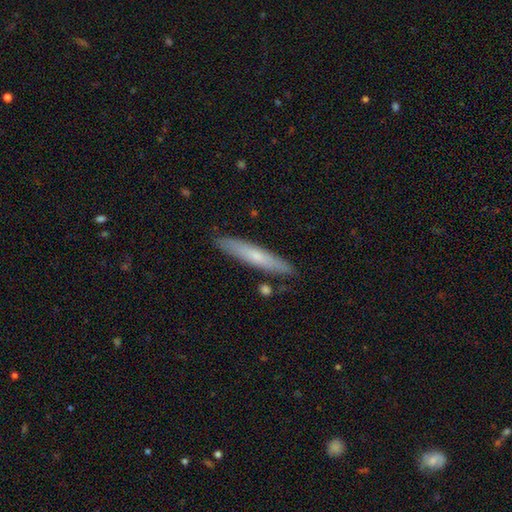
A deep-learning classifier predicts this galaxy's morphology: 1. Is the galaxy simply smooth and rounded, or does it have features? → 58% smooth, 35% featured or disk, 6% star or artifact.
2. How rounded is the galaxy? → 92% cigar-shaped, 7% in between, 1% round.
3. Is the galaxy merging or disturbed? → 86% none, 10% minor disturbance, 3% merger, 2% major disturbance.